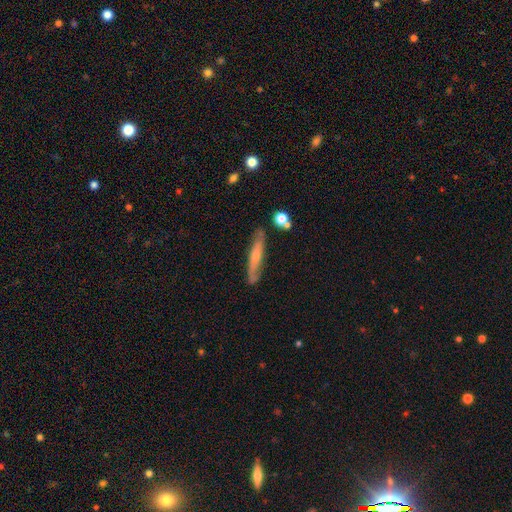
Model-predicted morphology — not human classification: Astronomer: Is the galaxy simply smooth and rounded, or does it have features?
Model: featured or disk — 53% (runner-up: smooth, 41%).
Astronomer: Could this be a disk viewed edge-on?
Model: yes — 77%.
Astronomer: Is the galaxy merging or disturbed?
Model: none — 79%.